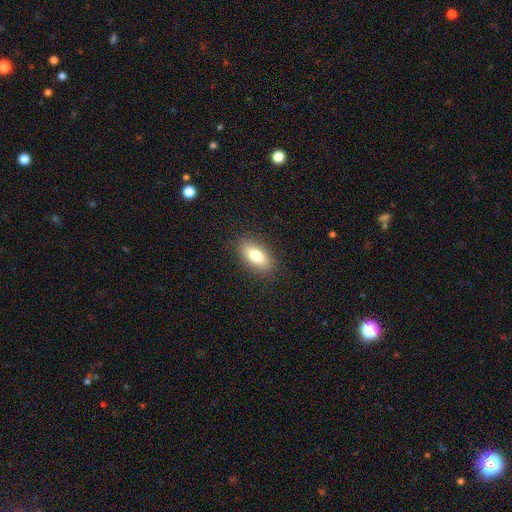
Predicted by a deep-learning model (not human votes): Smooth or featured? Predicted: smooth (p=0.75). How rounded? Predicted: in between (p=0.85). Merging? Predicted: none (p=0.88).